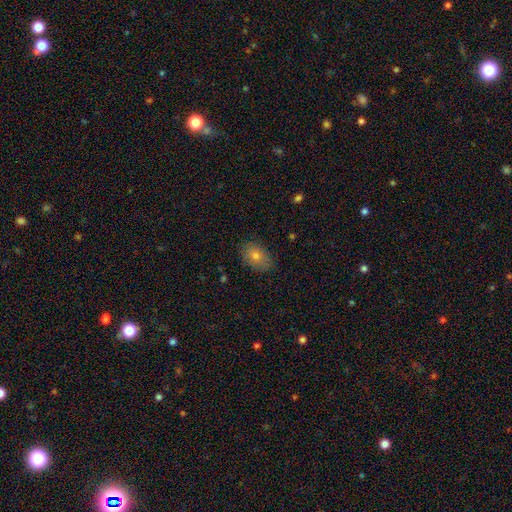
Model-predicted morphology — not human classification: type=smooth (75%); roundness=in between (82%); merging=none (84%).